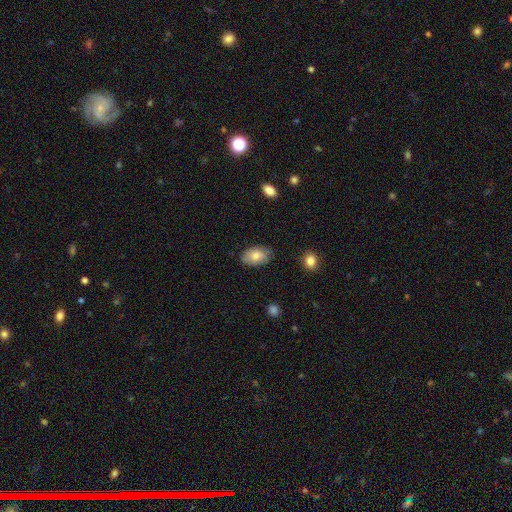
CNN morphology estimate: smooth-or-featured: smooth: 75% | featured or disk: 18% | star or artifact: 7%
  how-rounded: in between: 90% | round: 9% | cigar-shaped: 1%
  merging: none: 78% | minor disturbance: 18% | major disturbance: 3% | merger: 1%